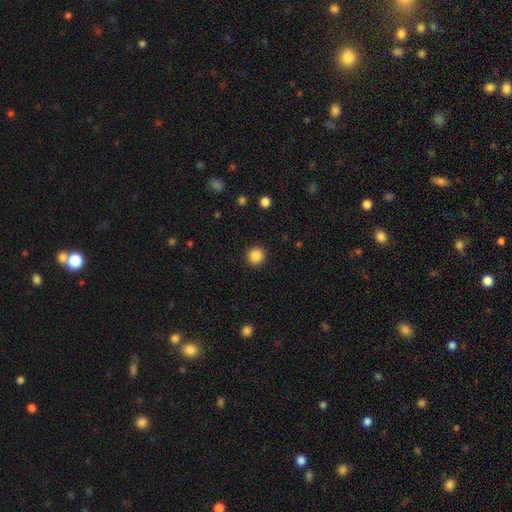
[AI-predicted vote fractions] Smooth or featured? Predicted: smooth (p=0.87). How rounded? Predicted: round (p=0.93). Merging? Predicted: none (p=0.92).